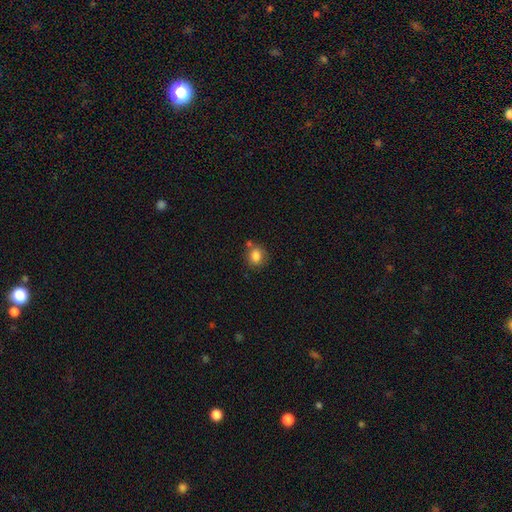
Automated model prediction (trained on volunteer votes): Q: Smooth or featured?
A: smooth (83%); runner-up: star or artifact (10%)
Q: How rounded?
A: round (72%); runner-up: in between (27%)
Q: Merging?
A: none (64%); runner-up: minor disturbance (17%)